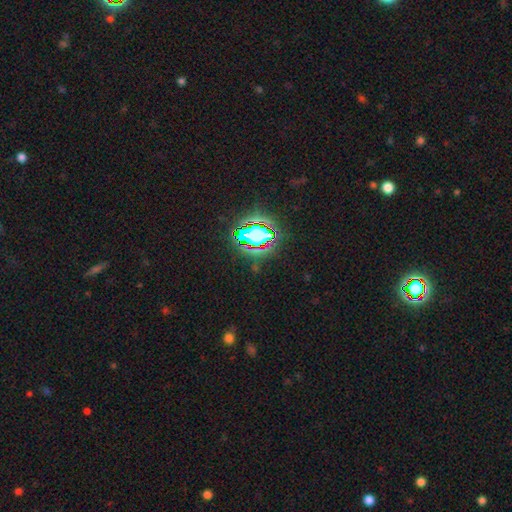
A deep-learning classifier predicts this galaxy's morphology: Smooth or featured?
  - star or artifact: 79% *
  - smooth: 13%
  - featured or disk: 8%